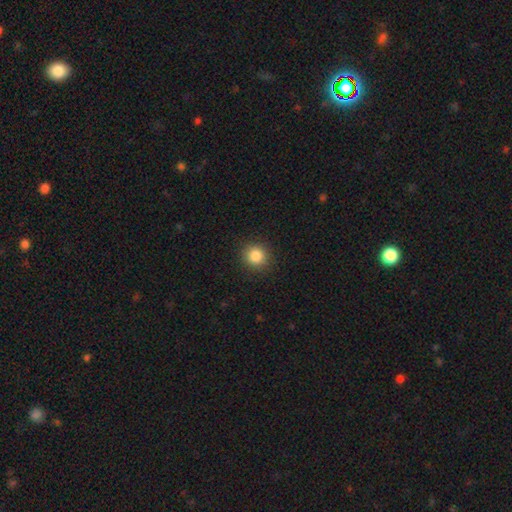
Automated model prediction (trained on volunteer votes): smooth 85%, star or artifact 11%, featured or disk 4%. Down the decision tree: how rounded — round (91%); merging — none (91%).